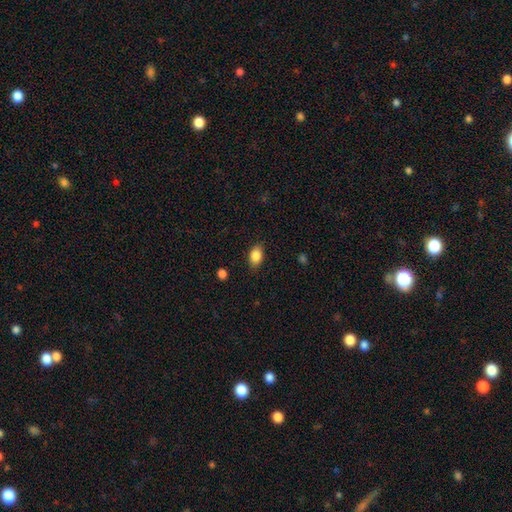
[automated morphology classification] Q: Smooth or featured?
A: smooth (86%); runner-up: star or artifact (8%)
Q: How rounded?
A: in between (84%); runner-up: round (14%)
Q: Merging?
A: none (86%); runner-up: minor disturbance (11%)